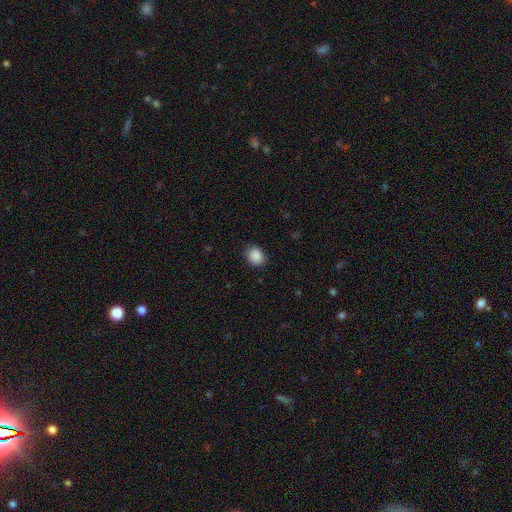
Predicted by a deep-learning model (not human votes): A smooth galaxy with no disk features (88%) that is round (57%). Merging: none (84%).